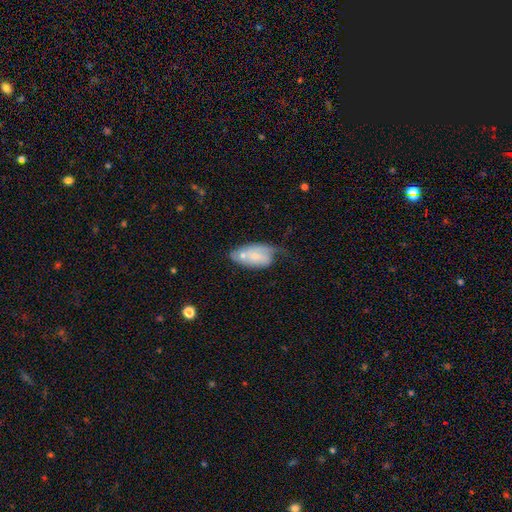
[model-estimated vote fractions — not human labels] smooth-or-featured: smooth: 50% | featured or disk: 43% | star or artifact: 7%
  how-rounded: in between: 91% | round: 5% | cigar-shaped: 4%
  merging: none: 29% | minor disturbance: 28% | merger: 24% | major disturbance: 19%